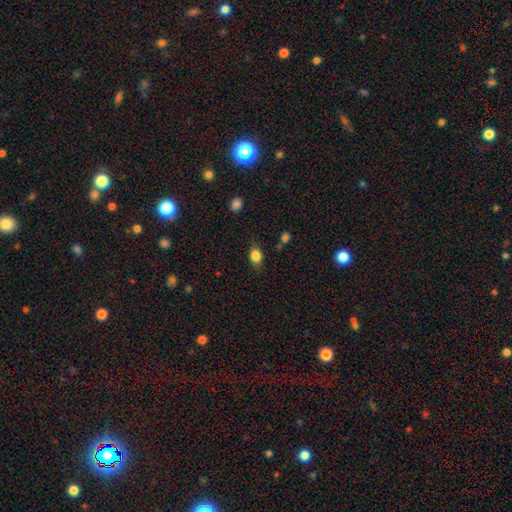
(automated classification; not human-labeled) smooth_or_featured: smooth (p=0.82) [alt: star or artifact p=0.10]
how_rounded: in between (p=0.61) [alt: round p=0.37]
merging: none (p=0.75) [alt: minor disturbance p=0.19]